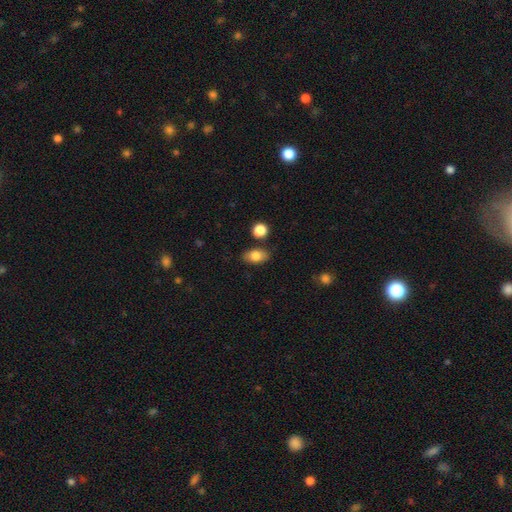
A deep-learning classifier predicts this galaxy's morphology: smooth_or_featured: smooth (p=0.81) [alt: featured or disk p=0.11]
how_rounded: in between (p=0.87) [alt: round p=0.10]
merging: none (p=0.81) [alt: minor disturbance p=0.11]